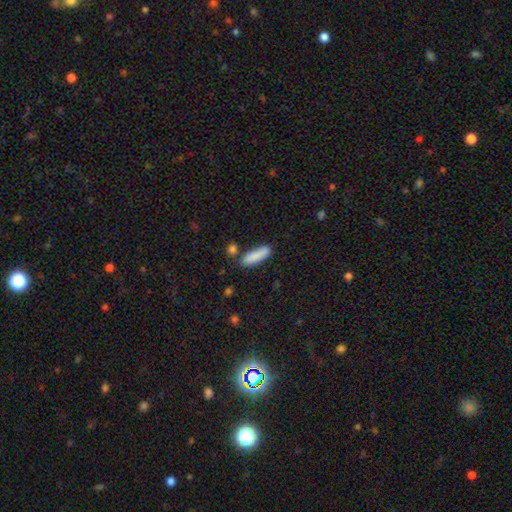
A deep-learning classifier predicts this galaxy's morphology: Overall: smooth (87%). How rounded: cigar-shaped (56%; in between 42%). Merging: none (76%).